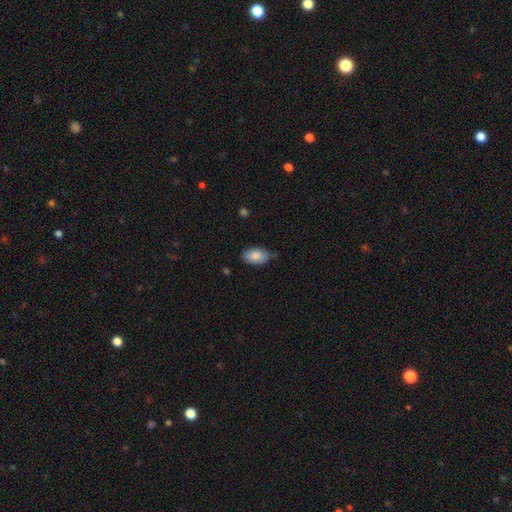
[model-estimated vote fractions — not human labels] smooth 86%, featured or disk 8%, star or artifact 6%. Down the decision tree: how rounded — in between (92%); merging — none (76%).